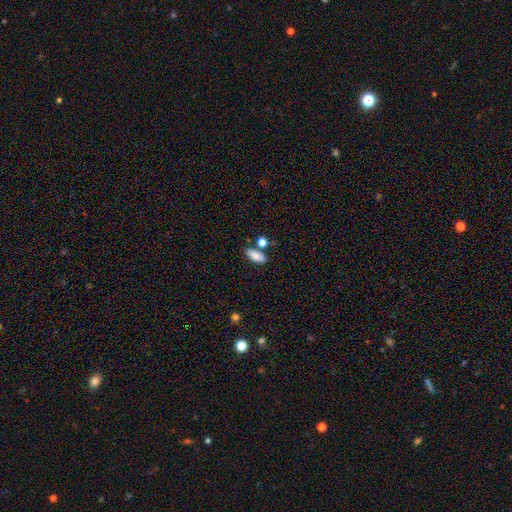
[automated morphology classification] Smooth or featured? smooth (85%)
How rounded? in between (80%)
Merging? none (71%)